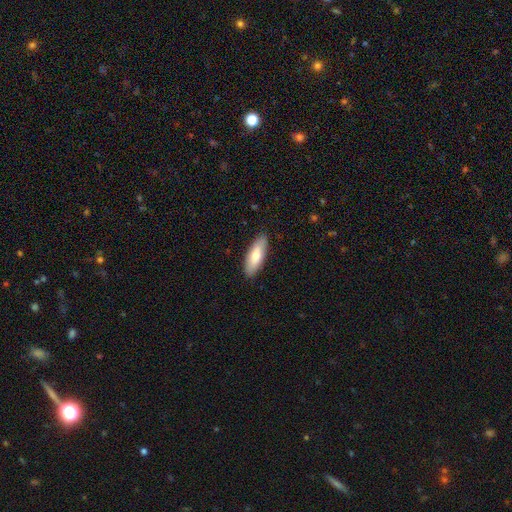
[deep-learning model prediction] This is likely a smooth galaxy (71%). How rounded: likely in between (64%). Merging: clearly none (88%).